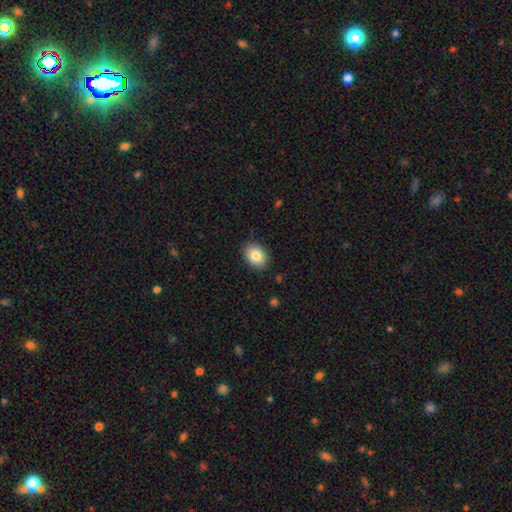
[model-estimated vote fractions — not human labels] This appears to be a smooth galaxy with no disk features (84%) that is in between round and cigar-shaped (73%). Merging: none (88%).